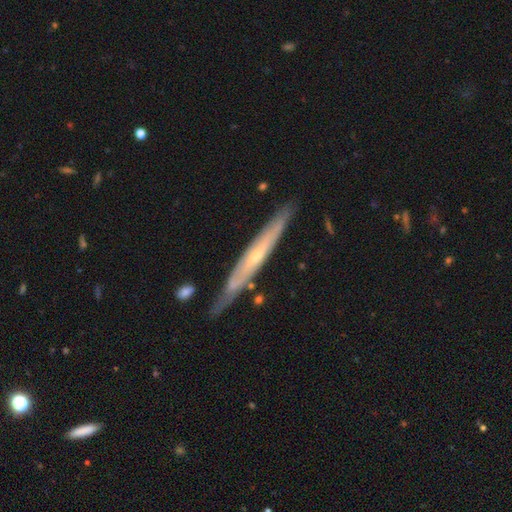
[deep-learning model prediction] Smooth or featured: featured or disk — 72% (smooth — 22%)
Edge-on disk: yes — 83% (no — 17%)
Edge-on bulge: rounded — 56% (none — 42%)
Merging: none — 78% (minor disturbance — 16%)